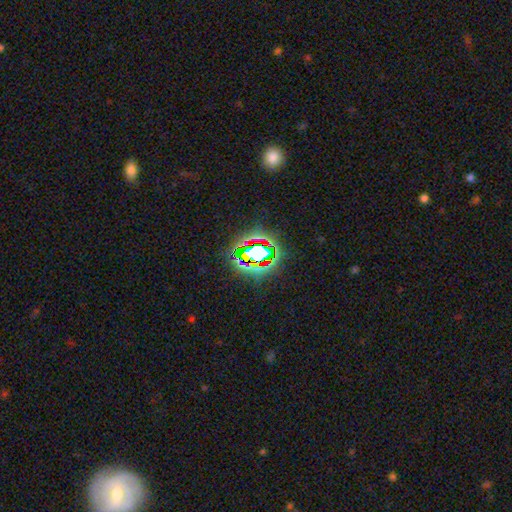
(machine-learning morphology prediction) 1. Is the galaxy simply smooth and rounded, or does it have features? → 66% star or artifact, 20% smooth, 14% featured or disk.